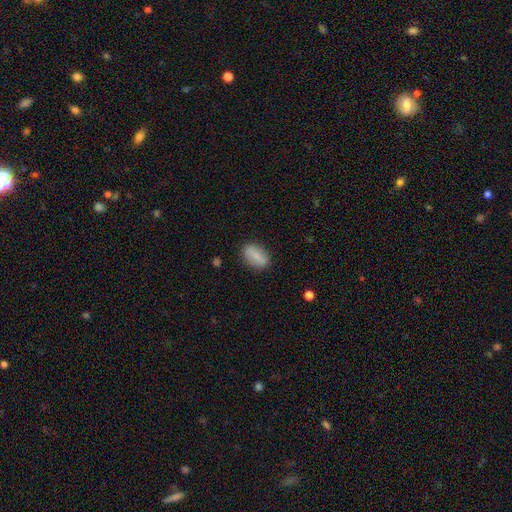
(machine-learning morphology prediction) A smooth galaxy with no disk features (77%) that is in between round and cigar-shaped (85%). Merging: none (83%).